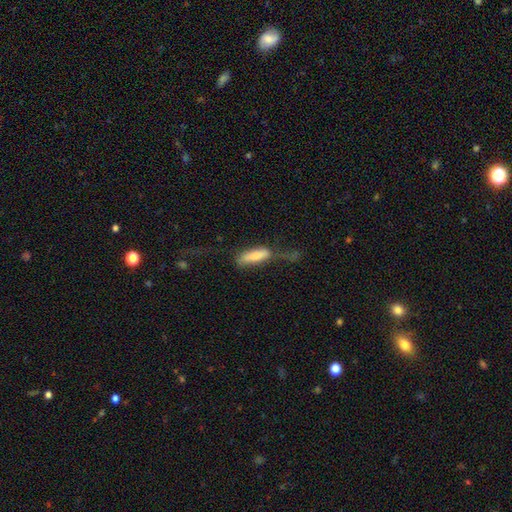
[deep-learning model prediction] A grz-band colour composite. It shows a smooth galaxy with no disk features (74%) that is cigar-shaped (50%). Merging: none (35%).